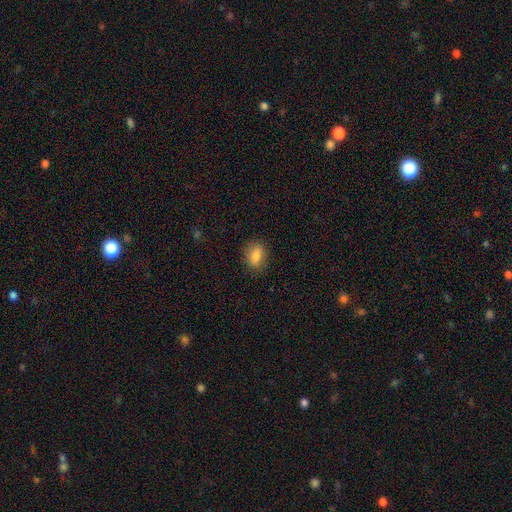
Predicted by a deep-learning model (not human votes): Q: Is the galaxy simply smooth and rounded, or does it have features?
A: smooth — 82%.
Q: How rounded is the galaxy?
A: in between — 75%.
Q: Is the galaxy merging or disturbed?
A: none — 83%.